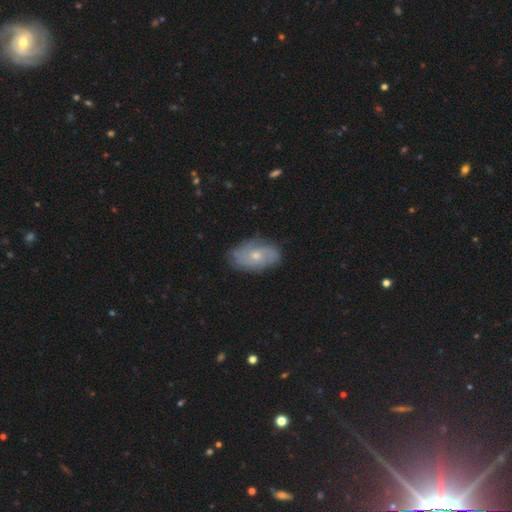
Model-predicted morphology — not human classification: Smooth or featured? featured or disk (58%)
Edge-on disk? no (94%)
Bar? no (80%)
Spiral arms? yes (79%)
Bulge size? small (54%)
Merging? none (75%)